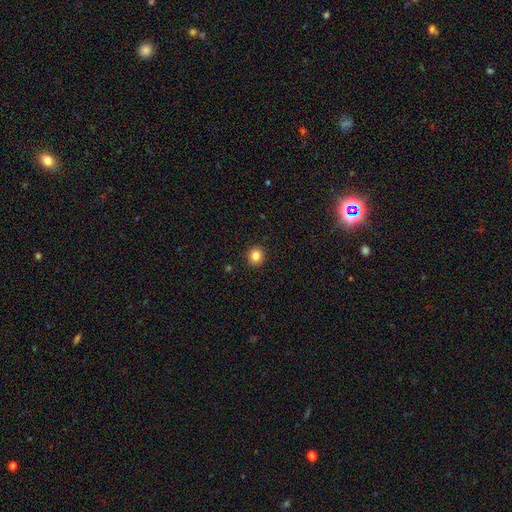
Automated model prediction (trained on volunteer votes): This appears to be a smooth galaxy with no disk features (83%) that is round (89%). Merging: none (93%).